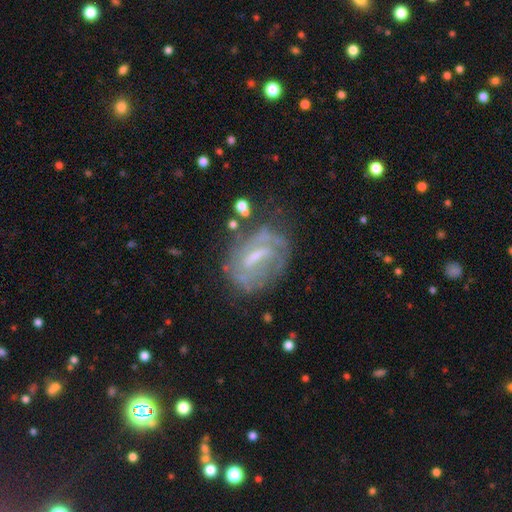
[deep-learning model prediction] A featured or disk galaxy (72%) with a weak bar (45%), spiral arms (64%) and a small central bulge (38%).

Vote fractions:
- Smooth or featured? featured or disk: 72% / smooth: 19% / star or artifact: 9%
- Edge-on disk? no: 94% / yes: 6%
- Bar? weak: 45% / strong: 40% / no: 15%
- Spiral arms? yes: 64% / no: 36%
- Bulge size? small: 38% / moderate: 35% / none: 23% / large: 4% / dominant: 1%
- Merging? none: 58% / minor disturbance: 23% / major disturbance: 16% / merger: 4%